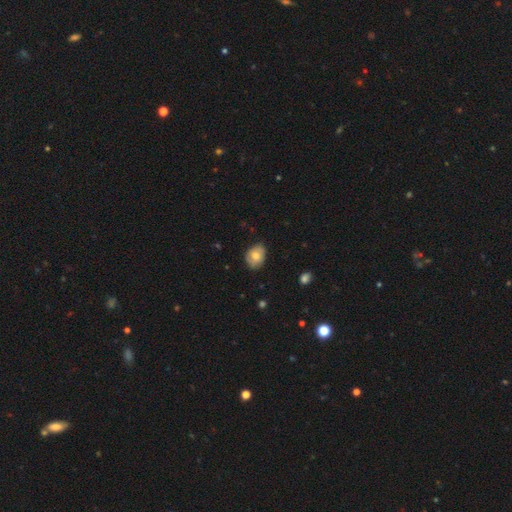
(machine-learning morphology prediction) This appears to be a smooth galaxy with no disk features (72%) that is in between round and cigar-shaped (68%). Merging: none (72%).